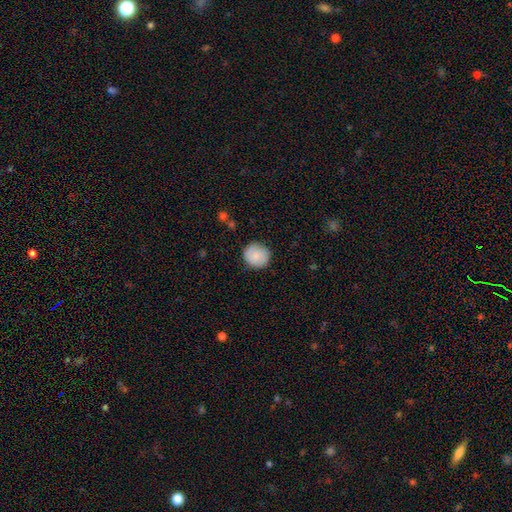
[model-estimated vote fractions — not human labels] The model was most divided on "smooth or featured": smooth: 82%, featured or disk: 11%, star or artifact: 7%. More confident: how rounded — round (91%); merging — none (86%).